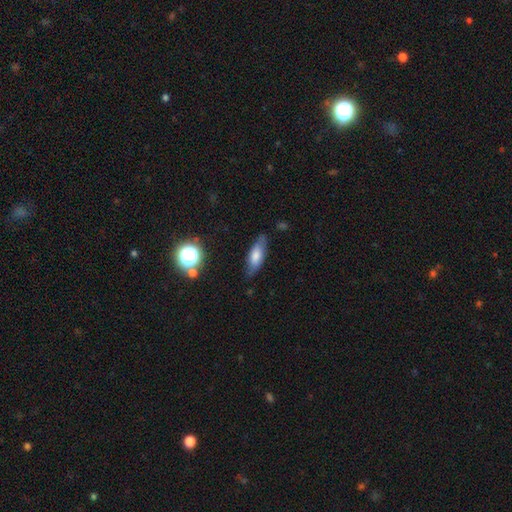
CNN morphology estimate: A smooth galaxy with no disk features (65%) that is in between round and cigar-shaped (63%).

Vote fractions:
- Smooth or featured? smooth: 65% / featured or disk: 26% / star or artifact: 9%
- How rounded? in between: 63% / cigar-shaped: 33% / round: 3%
- Merging? none: 75% / minor disturbance: 18% / major disturbance: 4% / merger: 2%